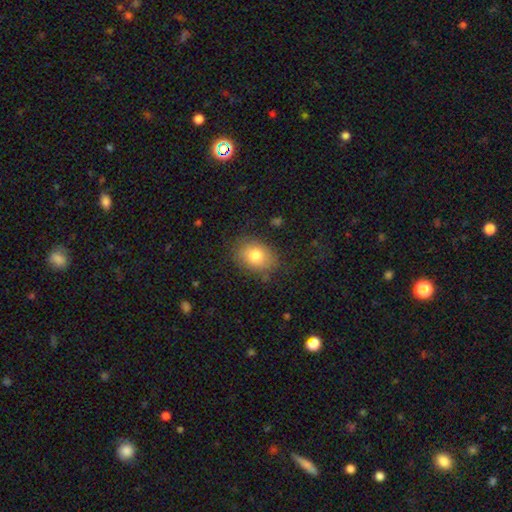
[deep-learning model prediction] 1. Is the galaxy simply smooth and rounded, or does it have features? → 79% smooth, 12% featured or disk, 9% star or artifact.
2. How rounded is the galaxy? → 65% in between, 34% round, 1% cigar-shaped.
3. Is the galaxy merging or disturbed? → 78% none, 16% minor disturbance, 5% major disturbance, 1% merger.